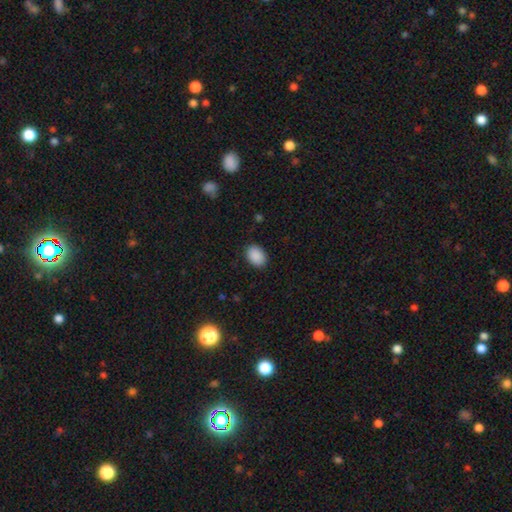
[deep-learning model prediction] Overall: smooth (90%). How rounded: in between (75%). Merging: none (87%).